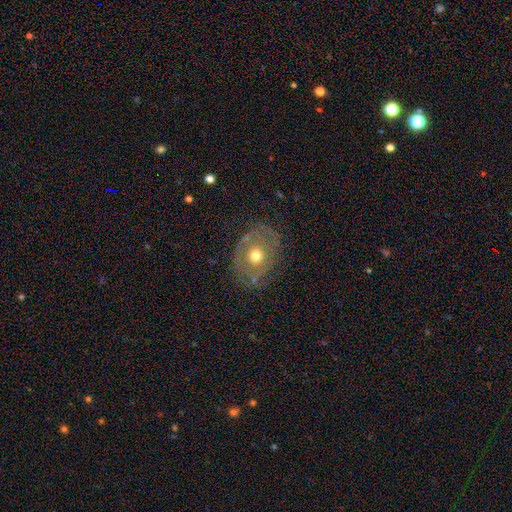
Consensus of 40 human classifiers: This appears to be a featured or disk galaxy (57%) with no bar (100%), no spiral arms (91%) and a moderate central bulge (83%). Merging: none (70%).